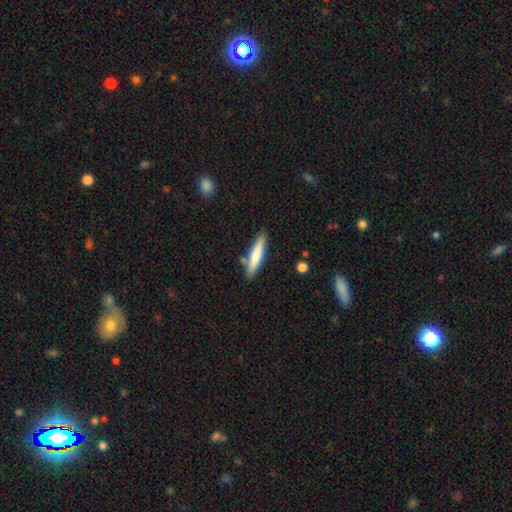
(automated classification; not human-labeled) The model was most divided on "smooth or featured": smooth: 69%, featured or disk: 26%, star or artifact: 6%. More confident: how rounded — cigar-shaped (84%); merging — none (81%).